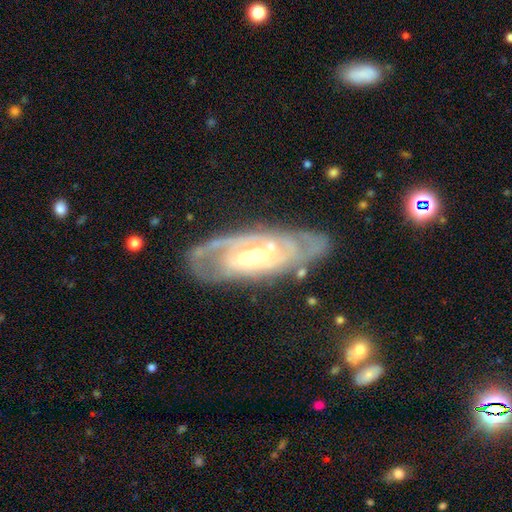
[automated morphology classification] A featured or disk galaxy (84%) with no bar (52%), tight (64%) spiral arms (92%) and a small central bulge (47%). Merging: none (72%).